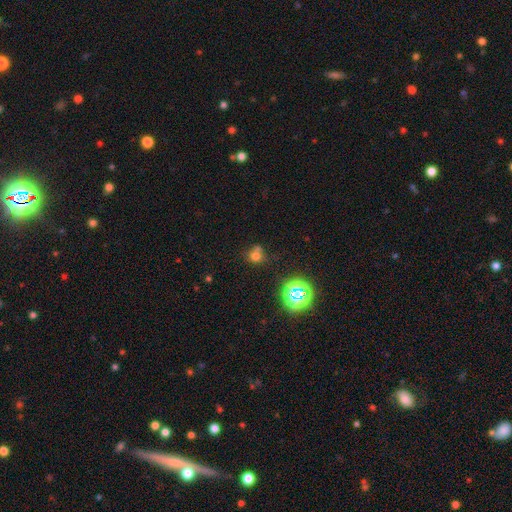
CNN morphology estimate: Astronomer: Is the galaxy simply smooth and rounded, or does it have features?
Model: smooth — 63%.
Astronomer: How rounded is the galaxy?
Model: round — 80%.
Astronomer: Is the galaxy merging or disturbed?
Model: none — 51% (runner-up: merger, 33%).